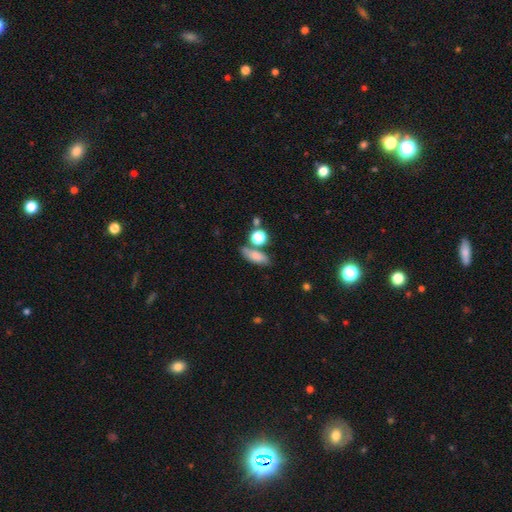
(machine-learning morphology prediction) smooth-or-featured: smooth: 77% | featured or disk: 13% | star or artifact: 11%
  how-rounded: in between: 63% | cigar-shaped: 24% | round: 13%
  merging: none: 61% | merger: 17% | minor disturbance: 16% | major disturbance: 6%